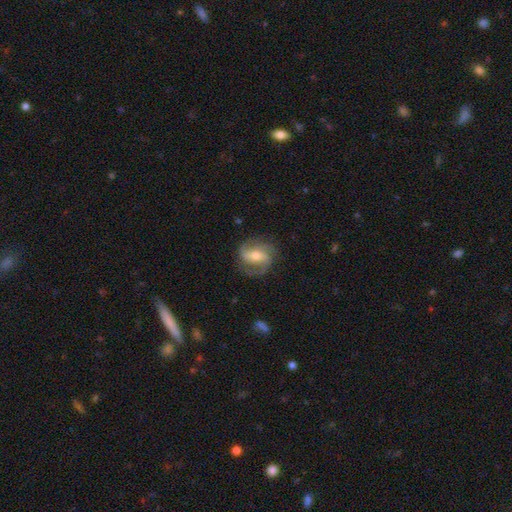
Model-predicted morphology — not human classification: featured or disk 81%, smooth 13%, star or artifact 6%. Down the decision tree: edge-on disk — no (97%); bar — weak (41%); spiral arms — yes (94%); spiral arm count — 2 (64%); spiral winding — medium (48%); bulge size — moderate (57%); merging — none (74%).